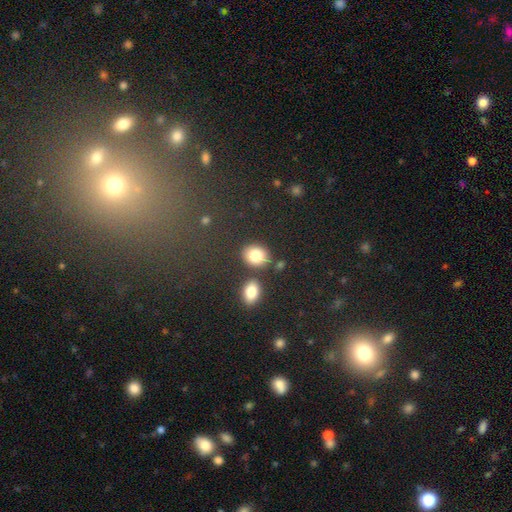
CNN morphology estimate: Smooth or featured?
  - smooth: 83% *
  - star or artifact: 9%
  - featured or disk: 8%
How rounded?
  - round: 53% *
  - in between: 46%
  - cigar-shaped: 1%
Merging?
  - none: 72% *
  - merger: 13%
  - minor disturbance: 11%
  - major disturbance: 3%